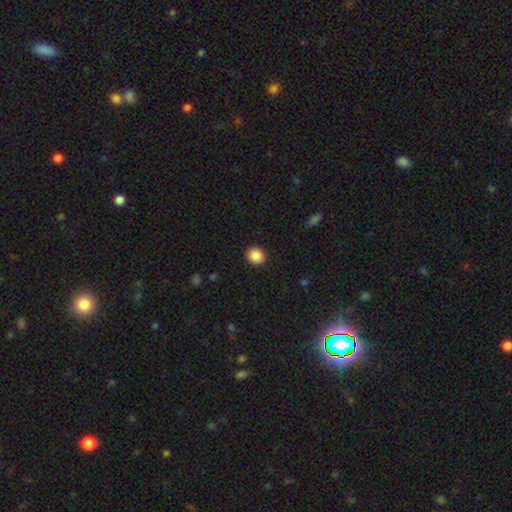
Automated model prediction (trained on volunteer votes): A smooth galaxy with no disk features (87%) that is round (84%).

Vote fractions:
- Smooth or featured? smooth: 87% / star or artifact: 9% / featured or disk: 3%
- How rounded? round: 84% / in between: 15% / cigar-shaped: 1%
- Merging? none: 92% / minor disturbance: 5% / major disturbance: 2% / merger: 1%